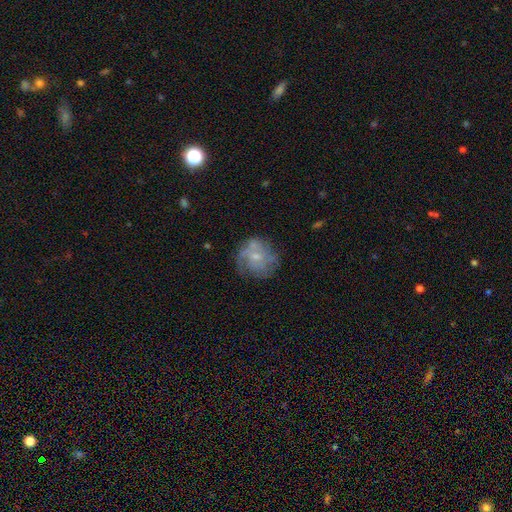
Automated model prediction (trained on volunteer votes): Morphology: type=featured or disk (65%); edge-on=no (98%); bar=no (66%); spiral arms=yes (75%); bulge=small (63%); merging=none (62%).